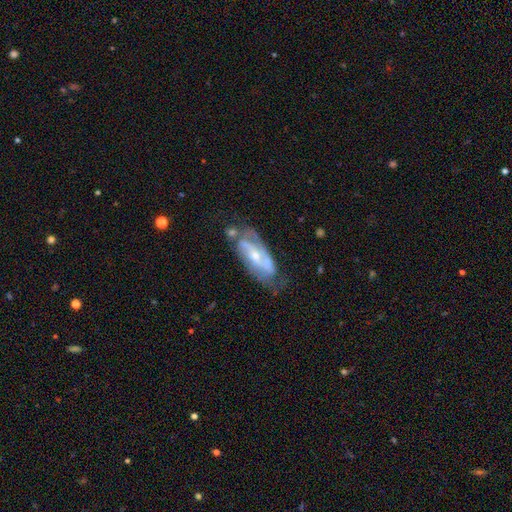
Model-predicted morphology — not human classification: Overall: featured or disk (81%). Edge-on disk: no (90%). Bar: weak (35%; no 33%). Spiral arms: yes (90%). Spiral arm count: 2 (74%). Spiral winding: medium (42%; tight 37%). Bulge size: small (56%; moderate 40%). Merging: none (60%; minor disturbance 23%).